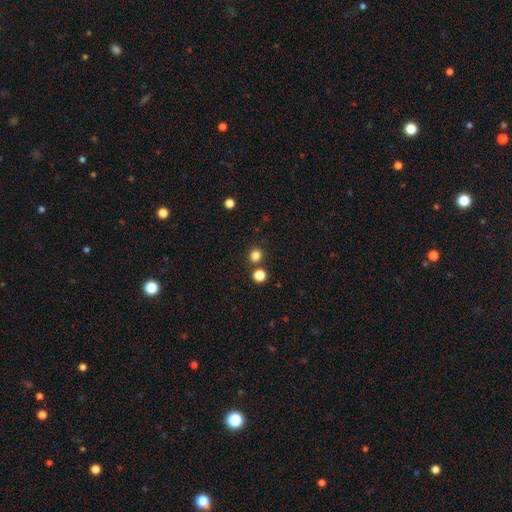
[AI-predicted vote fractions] The model was most divided on "smooth or featured": smooth: 81%, star or artifact: 15%, featured or disk: 4%. More confident: how rounded — round (93%); merging — none (81%).